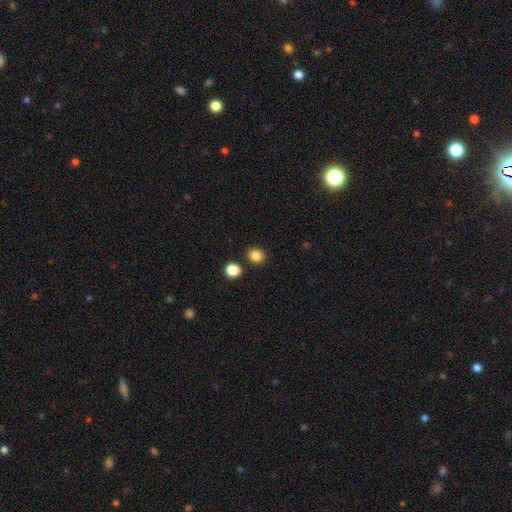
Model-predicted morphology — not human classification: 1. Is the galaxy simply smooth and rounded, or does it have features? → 85% smooth, 11% star or artifact, 4% featured or disk.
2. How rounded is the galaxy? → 82% round, 17% in between, 1% cigar-shaped.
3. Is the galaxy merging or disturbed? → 86% none, 7% minor disturbance, 5% merger, 2% major disturbance.